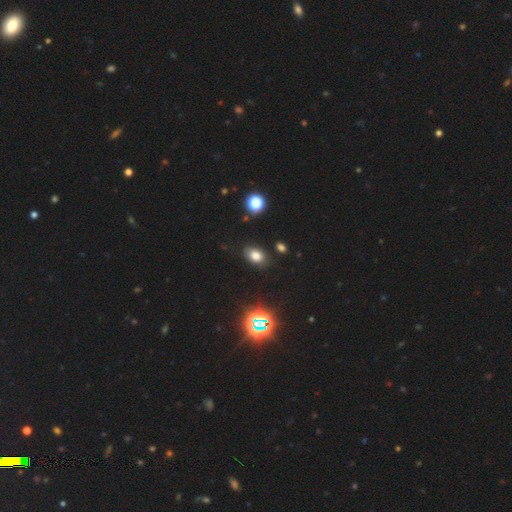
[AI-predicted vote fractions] Smooth or featured? Predicted: smooth (p=0.74). How rounded? Predicted: in between (p=0.80). Merging? Predicted: none (p=0.82).